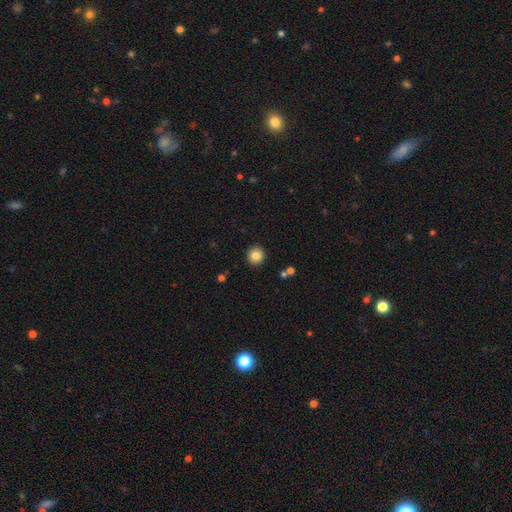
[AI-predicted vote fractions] This is clearly a smooth galaxy (84%). How rounded: clearly round (92%). Merging: clearly none (91%).